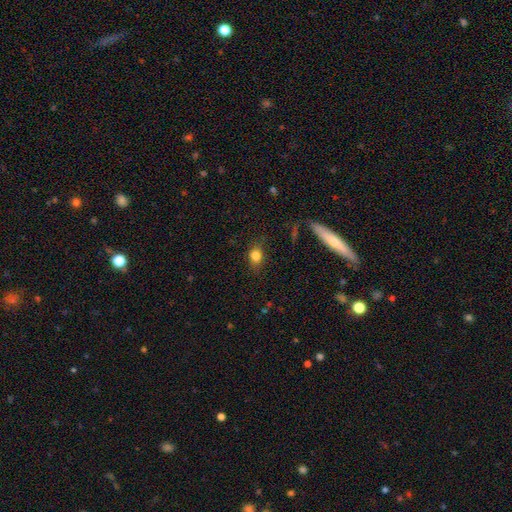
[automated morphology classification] smooth 80%, star or artifact 11%, featured or disk 9%. Down the decision tree: how rounded — in between (54%); merging — none (79%).